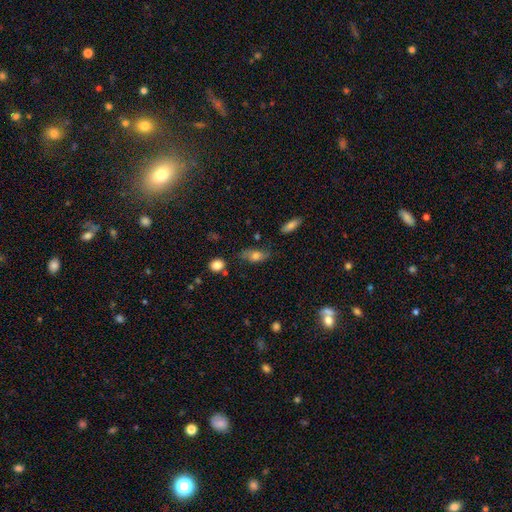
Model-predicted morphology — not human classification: This is likely a smooth galaxy (69%). How rounded: clearly in between (85%). Merging: likely none (65%).